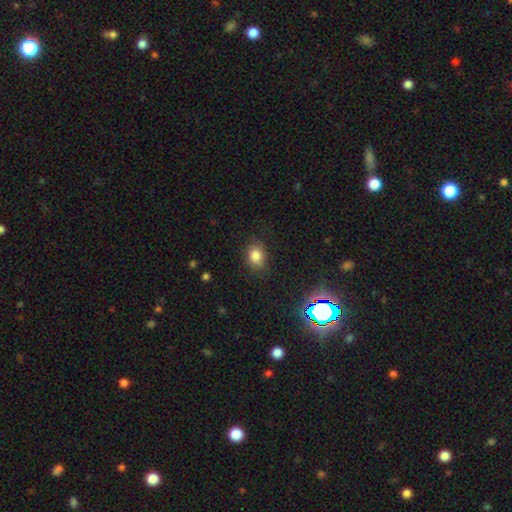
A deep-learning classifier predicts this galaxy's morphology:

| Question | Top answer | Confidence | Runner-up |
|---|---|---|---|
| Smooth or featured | smooth | 81% | star or artifact (13%) |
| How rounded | round | 53% | in between (46%) |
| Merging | none | 79% | minor disturbance (15%) |